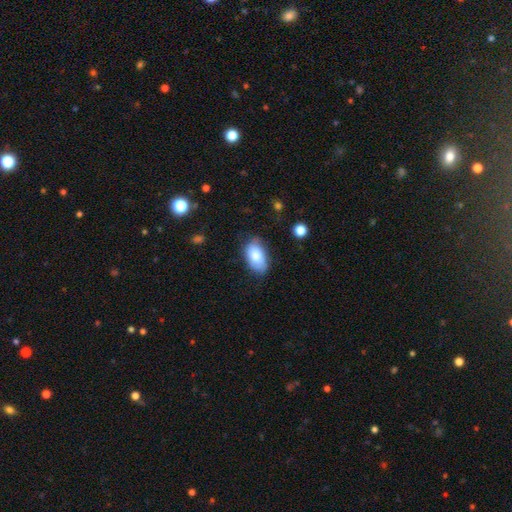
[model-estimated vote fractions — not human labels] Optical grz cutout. It shows a smooth galaxy with no disk features (81%) that is in between round and cigar-shaped (94%). Merging: none (68%).